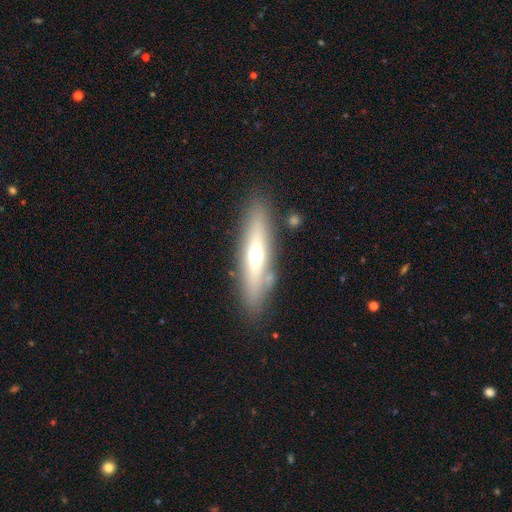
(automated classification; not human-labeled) Smooth or featured?
  - featured or disk: 49% *
  - smooth: 44%
  - star or artifact: 8%
Merging?
  - none: 82% *
  - minor disturbance: 10%
  - major disturbance: 4%
  - merger: 3%